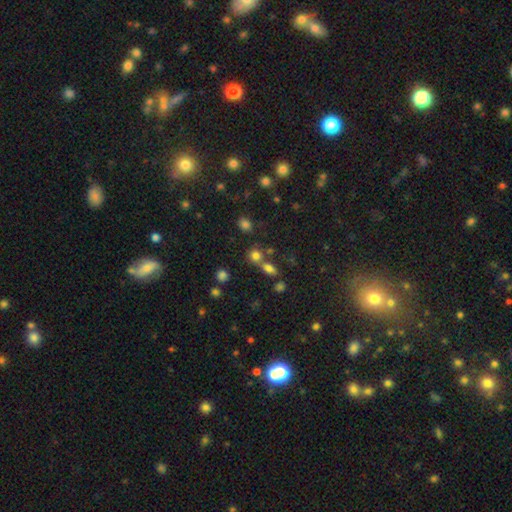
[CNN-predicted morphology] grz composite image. It shows a smooth galaxy with no disk features (74%) that is round (71%). Merging: none (56%).